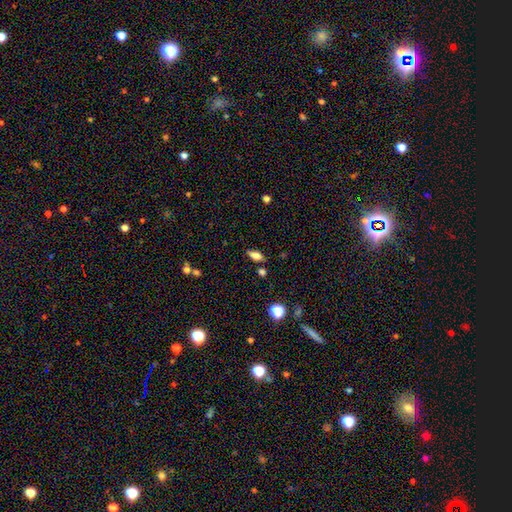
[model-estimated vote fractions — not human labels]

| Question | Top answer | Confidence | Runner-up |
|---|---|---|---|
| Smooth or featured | smooth | 68% | featured or disk (22%) |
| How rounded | in between | 78% | cigar-shaped (17%) |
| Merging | none | 84% | minor disturbance (10%) |